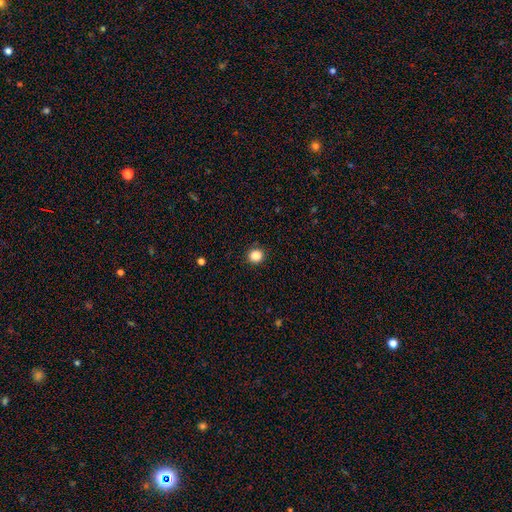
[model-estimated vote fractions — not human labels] Smooth or featured? smooth (86%)
How rounded? round (91%)
Merging? none (91%)